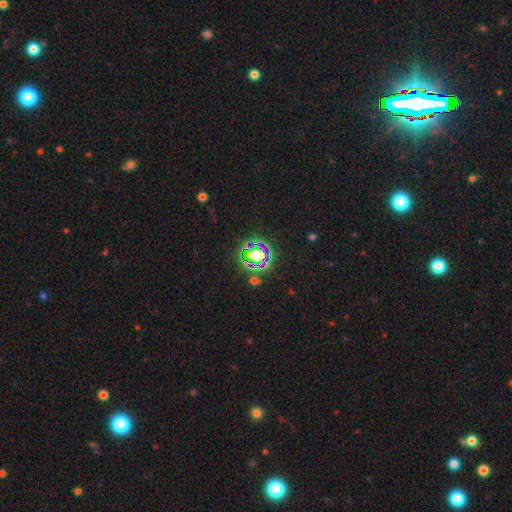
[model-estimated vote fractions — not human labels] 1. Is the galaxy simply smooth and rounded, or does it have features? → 64% star or artifact, 24% smooth, 12% featured or disk.